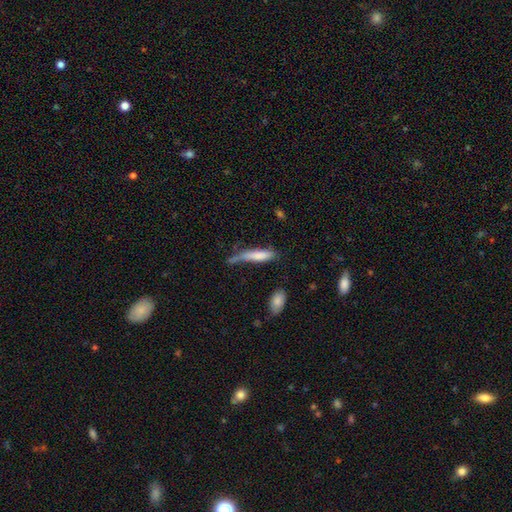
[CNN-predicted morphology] Q: Smooth or featured?
A: smooth (66%); runner-up: featured or disk (25%)
Q: How rounded?
A: cigar-shaped (84%); runner-up: in between (14%)
Q: Merging?
A: none (45%); runner-up: minor disturbance (30%)